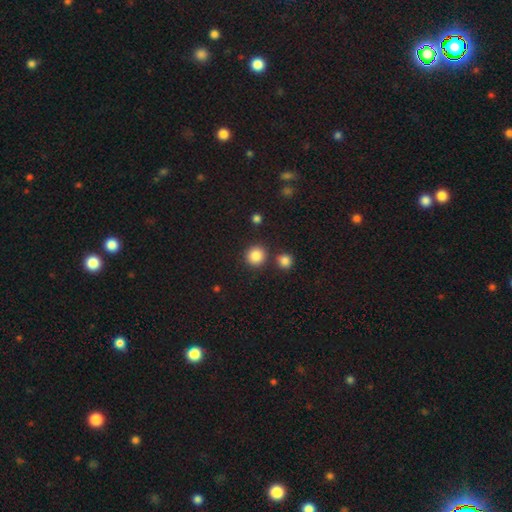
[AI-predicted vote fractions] A smooth galaxy with no disk features (86%) that is round (91%). Merging: none (84%).